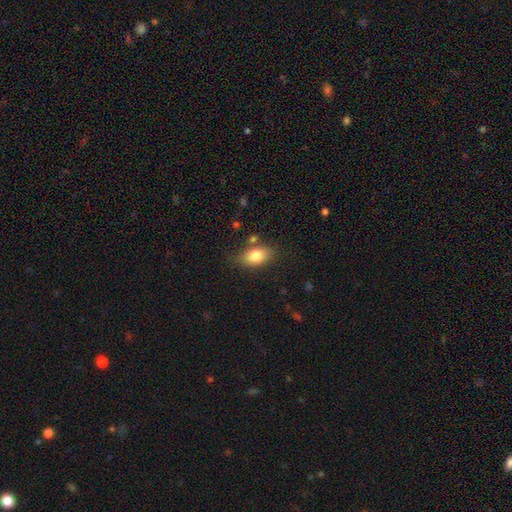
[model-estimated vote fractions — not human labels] Overall: smooth (81%). How rounded: in between (87%). Merging: none (75%).